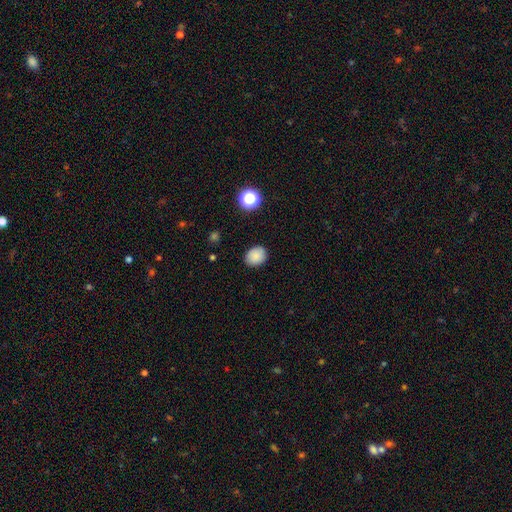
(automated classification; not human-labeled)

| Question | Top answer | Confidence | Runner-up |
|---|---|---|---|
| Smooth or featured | smooth | 85% | star or artifact (10%) |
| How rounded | round | 52% | in between (47%) |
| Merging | none | 87% | minor disturbance (10%) |